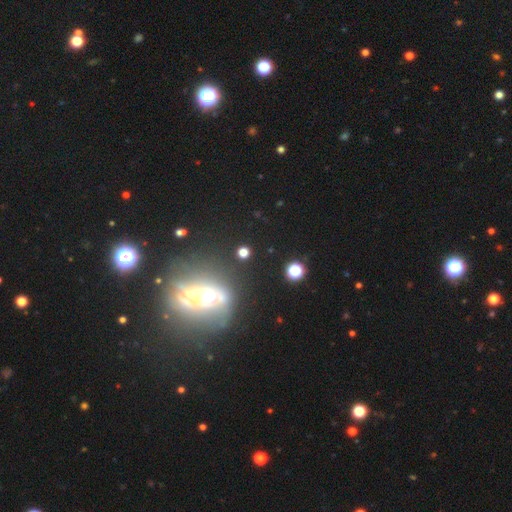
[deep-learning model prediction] Q: Smooth or featured?
A: featured or disk (59%); runner-up: smooth (22%)
Q: Edge-on disk?
A: yes (53%); runner-up: no (47%)
Q: Merging?
A: none (67%); runner-up: minor disturbance (15%)